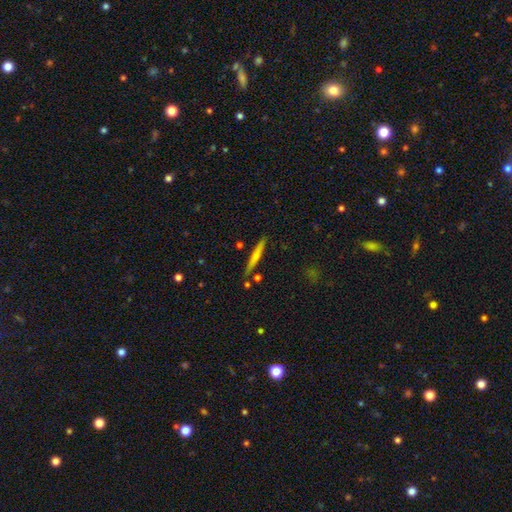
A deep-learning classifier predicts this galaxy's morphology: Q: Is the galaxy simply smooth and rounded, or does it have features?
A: smooth — 57%.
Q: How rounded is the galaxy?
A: cigar-shaped — 95%.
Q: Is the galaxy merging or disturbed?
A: none — 84%.